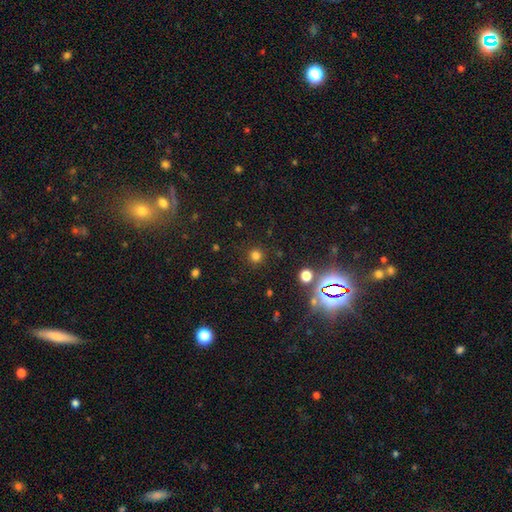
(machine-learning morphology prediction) Smooth or featured: smooth — 76% (star or artifact — 19%)
How rounded: round — 94% (in between — 5%)
Merging: none — 89% (minor disturbance — 6%)